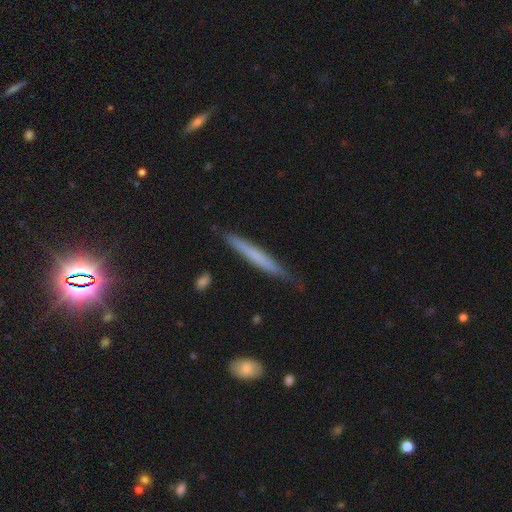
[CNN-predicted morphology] Overall: smooth (56%; featured or disk 37%). How rounded: cigar-shaped (96%). Merging: none (80%).